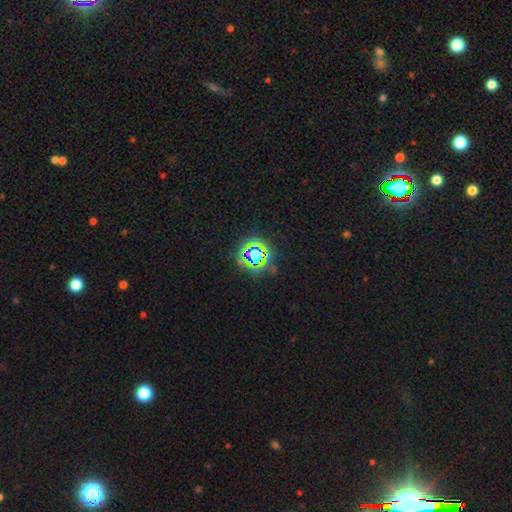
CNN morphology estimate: This is likely a star or artifact rather than a galaxy (60%).